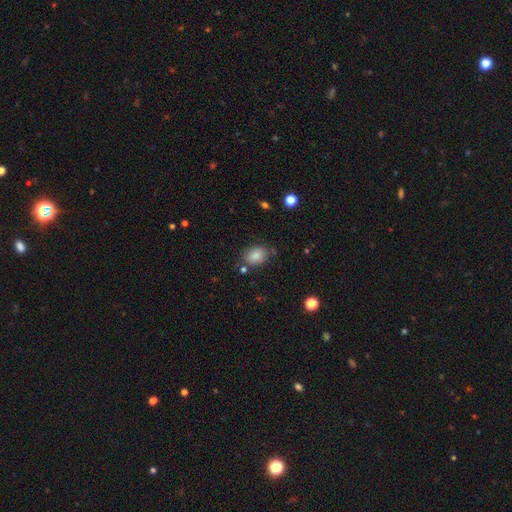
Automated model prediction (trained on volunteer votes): Smooth or featured?
  - smooth: 84% *
  - star or artifact: 9%
  - featured or disk: 7%
How rounded?
  - in between: 66% *
  - round: 33%
  - cigar-shaped: 1%
Merging?
  - none: 76% *
  - minor disturbance: 15%
  - merger: 5%
  - major disturbance: 4%